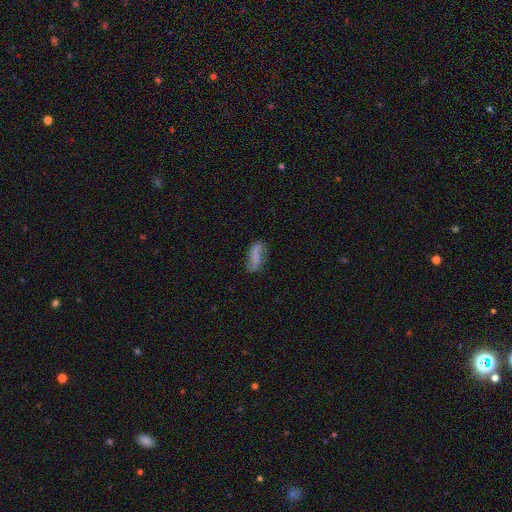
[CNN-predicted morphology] type=featured or disk (55%); edge-on=no (93%); bar=no (37%); spiral arms=yes (84%); bulge=none (69%); merging=none (67%).